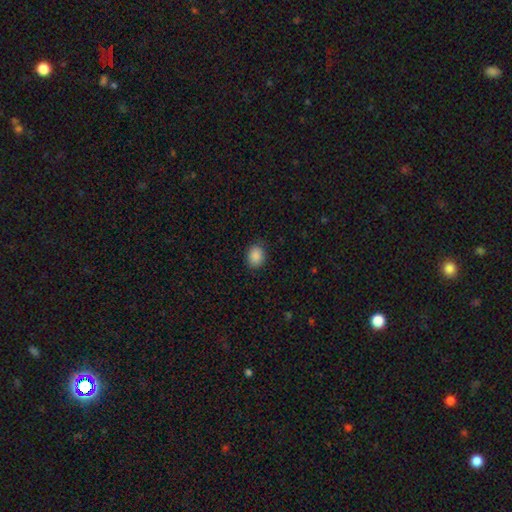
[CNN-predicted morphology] smooth-or-featured: smooth: 89% | star or artifact: 8% | featured or disk: 3%
  how-rounded: in between: 52% | round: 47% | cigar-shaped: 1%
  merging: none: 87% | minor disturbance: 9% | major disturbance: 2% | merger: 1%